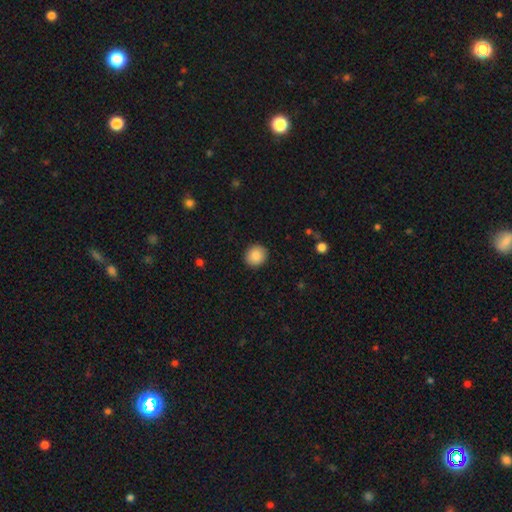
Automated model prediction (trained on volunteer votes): Smooth or featured? Predicted: smooth (p=0.88). How rounded? Predicted: round (p=0.80). Merging? Predicted: none (p=0.90).